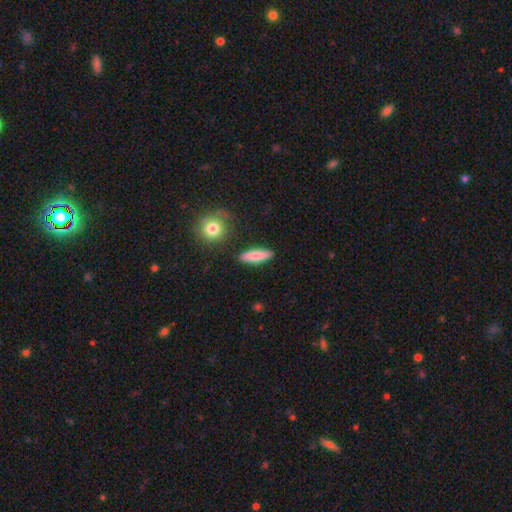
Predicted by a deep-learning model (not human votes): smooth_or_featured: smooth (p=0.81) [alt: featured or disk p=0.13]
how_rounded: cigar-shaped (p=0.67) [alt: in between p=0.30]
merging: none (p=0.87) [alt: minor disturbance p=0.08]